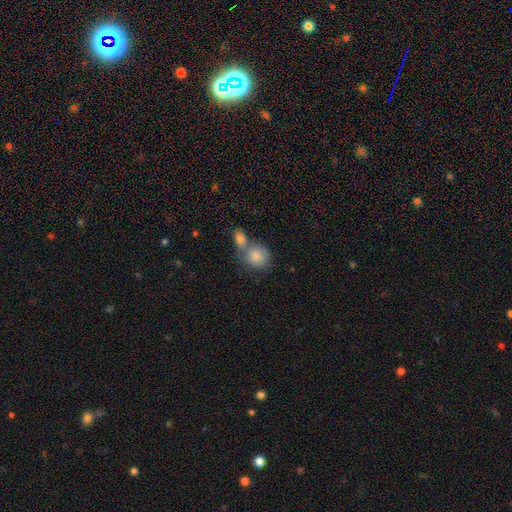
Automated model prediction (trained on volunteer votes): smooth_or_featured: smooth (p=0.83) [alt: featured or disk p=0.09]
how_rounded: round (p=0.79) [alt: in between p=0.20]
merging: merger (p=0.51) [alt: none p=0.37]